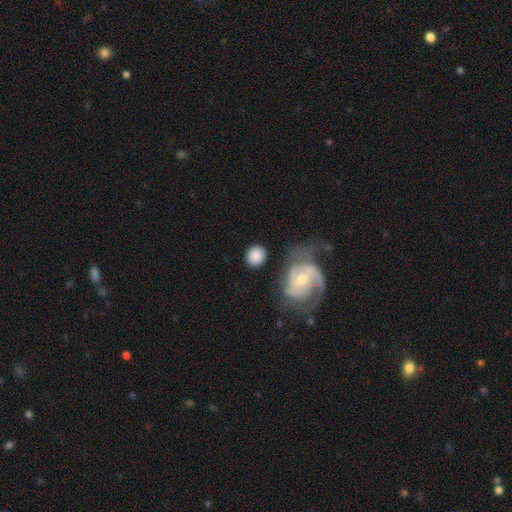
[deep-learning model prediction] Morphology: type=smooth (78%); roundness=round (77%); merging=none (72%).